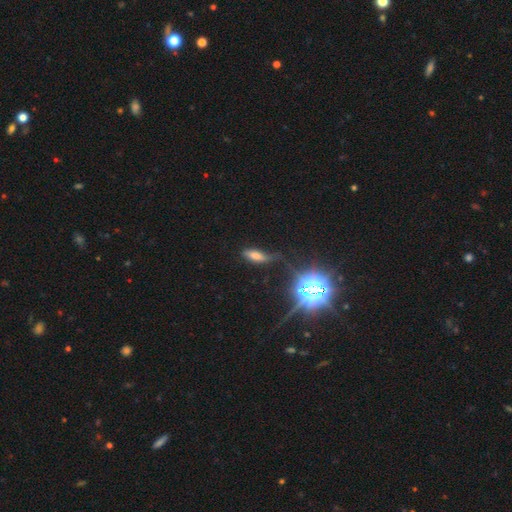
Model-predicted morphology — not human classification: This appears to be a smooth galaxy with no disk features (54%) that is in between round and cigar-shaped (57%). Merging: none (55%).